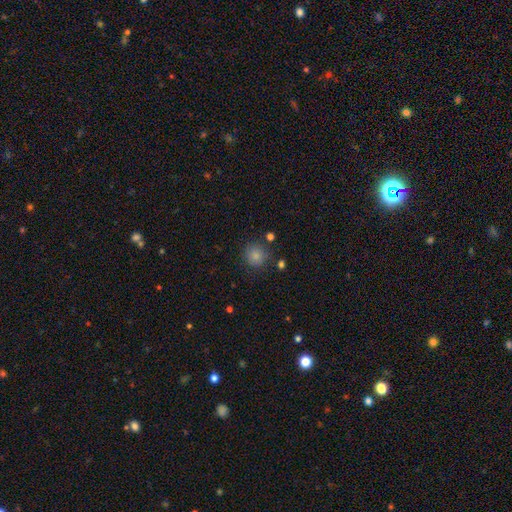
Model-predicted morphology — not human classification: Smooth or featured? Predicted: smooth (p=0.83). How rounded? Predicted: round (p=0.91). Merging? Predicted: none (p=0.82).